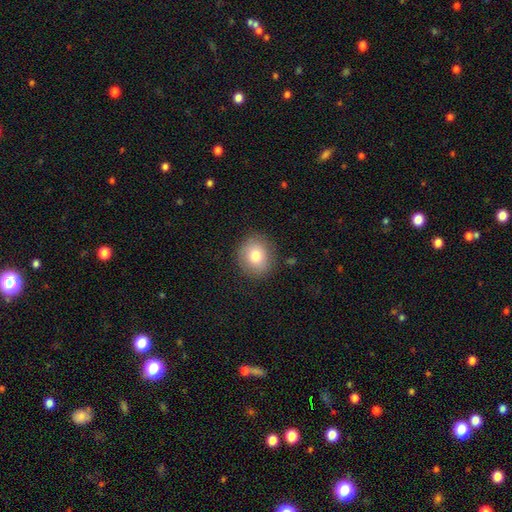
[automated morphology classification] smooth-or-featured: smooth: 78% | featured or disk: 13% | star or artifact: 9%
  how-rounded: round: 77% | in between: 23% | cigar-shaped: 1%
  merging: none: 85% | minor disturbance: 10% | major disturbance: 3% | merger: 1%